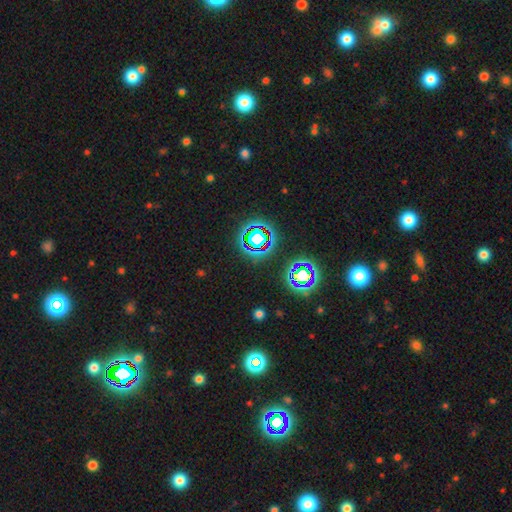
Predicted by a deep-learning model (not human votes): Smooth or featured?
  - star or artifact: 72% *
  - smooth: 19%
  - featured or disk: 9%